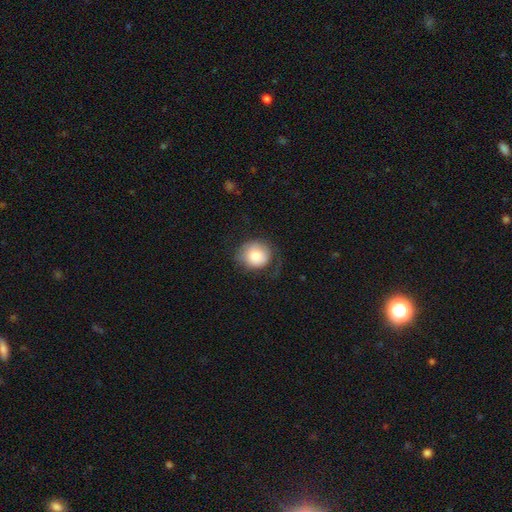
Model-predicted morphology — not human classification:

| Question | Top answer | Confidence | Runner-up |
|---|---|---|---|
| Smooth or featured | smooth | 79% | featured or disk (13%) |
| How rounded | round | 84% | in between (15%) |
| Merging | none | 57% | minor disturbance (25%) |